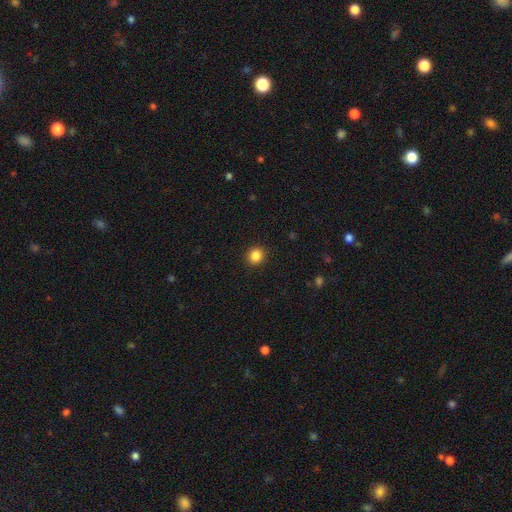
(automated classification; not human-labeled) Q: Smooth or featured?
A: smooth (85%); runner-up: star or artifact (11%)
Q: How rounded?
A: round (87%); runner-up: in between (12%)
Q: Merging?
A: none (92%); runner-up: minor disturbance (5%)